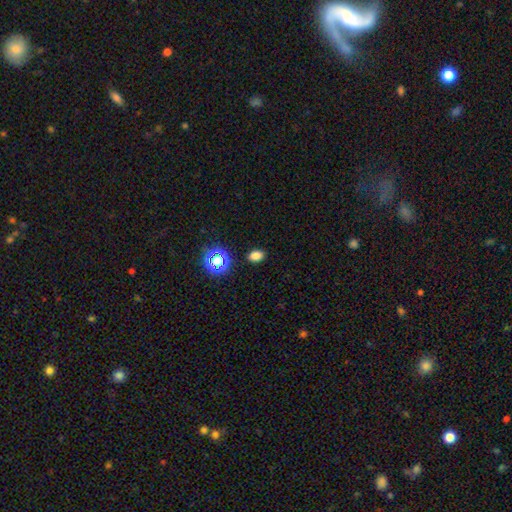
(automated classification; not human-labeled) The model was most divided on "how rounded": in between: 78%, round: 21%, cigar-shaped: 1%. More confident: merging — none (88%); smooth or featured — smooth (77%).